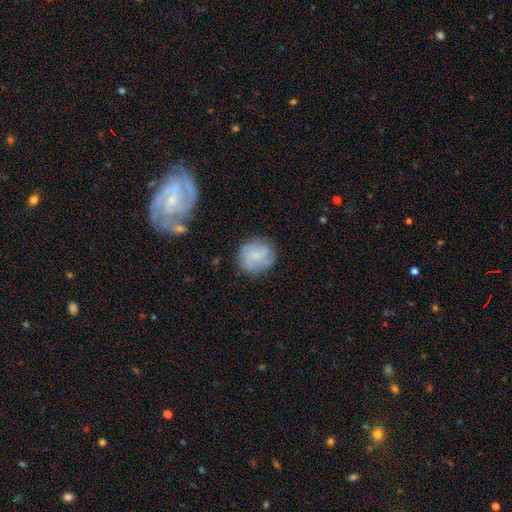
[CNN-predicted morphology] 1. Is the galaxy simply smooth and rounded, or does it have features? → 48% smooth, 44% featured or disk, 8% star or artifact.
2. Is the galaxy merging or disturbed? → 77% none, 15% minor disturbance, 6% major disturbance, 2% merger.